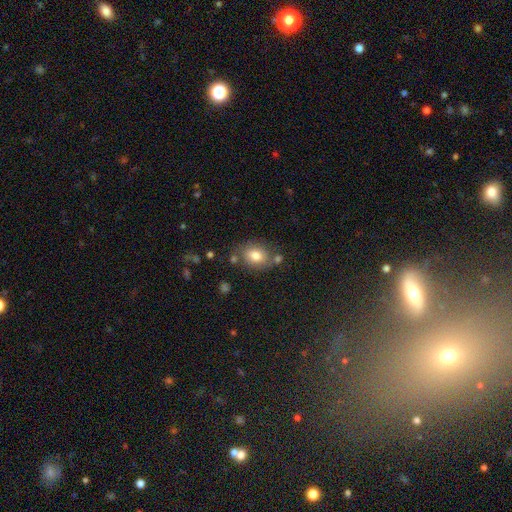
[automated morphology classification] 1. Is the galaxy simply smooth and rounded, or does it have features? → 79% smooth, 12% featured or disk, 10% star or artifact.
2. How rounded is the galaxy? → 53% in between, 46% round, 1% cigar-shaped.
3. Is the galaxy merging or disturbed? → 70% none, 15% minor disturbance, 10% merger, 5% major disturbance.